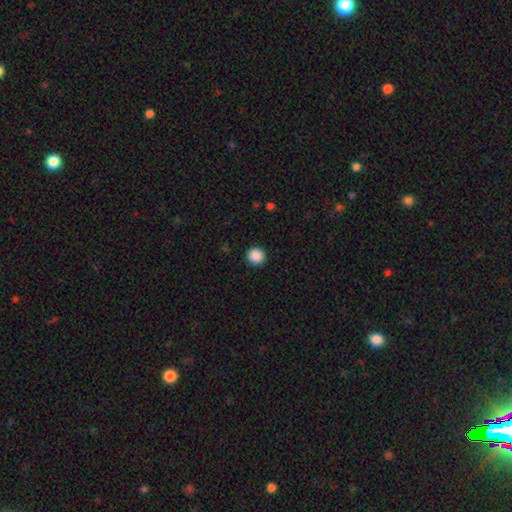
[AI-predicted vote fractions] Overall: smooth (89%). How rounded: round (95%). Merging: none (92%).